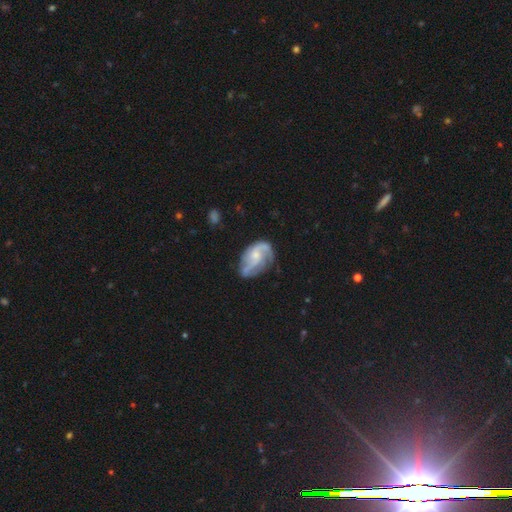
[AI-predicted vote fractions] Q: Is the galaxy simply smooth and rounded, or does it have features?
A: featured or disk — 81%.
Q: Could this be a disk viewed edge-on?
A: no — 97%.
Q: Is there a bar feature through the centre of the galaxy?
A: no — 60%.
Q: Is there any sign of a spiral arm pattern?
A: yes — 94%.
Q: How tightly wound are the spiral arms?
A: medium — 47%.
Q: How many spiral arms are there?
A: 2 — 48%.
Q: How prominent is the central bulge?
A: small — 57%.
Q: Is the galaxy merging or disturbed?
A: none — 54%.